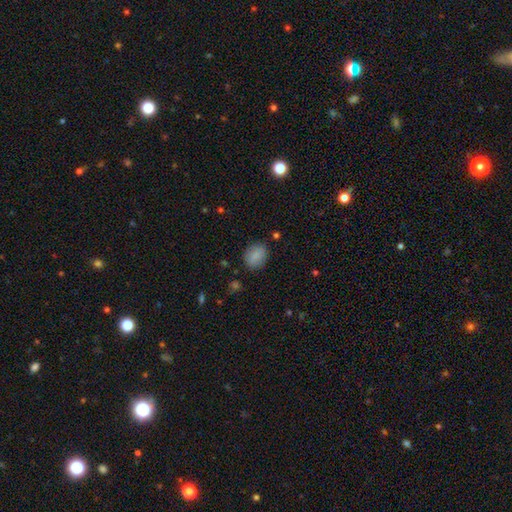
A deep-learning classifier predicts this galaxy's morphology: Smooth or featured: smooth — 85% (star or artifact — 8%)
How rounded: in between — 61% (round — 38%)
Merging: none — 83% (minor disturbance — 12%)